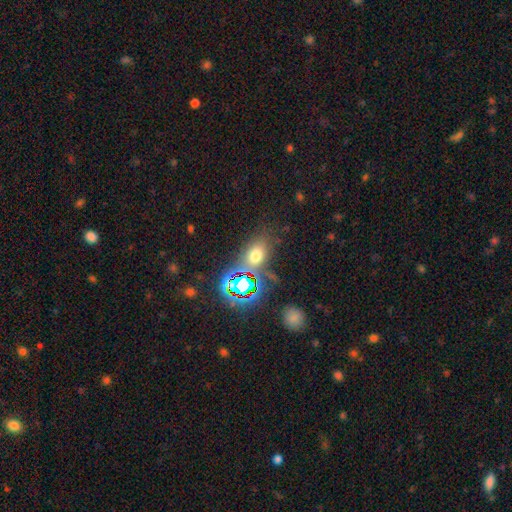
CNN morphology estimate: Q: Smooth or featured?
A: smooth (56%); runner-up: star or artifact (32%)
Q: How rounded?
A: in between (73%); runner-up: round (23%)
Q: Merging?
A: none (71%); runner-up: minor disturbance (14%)